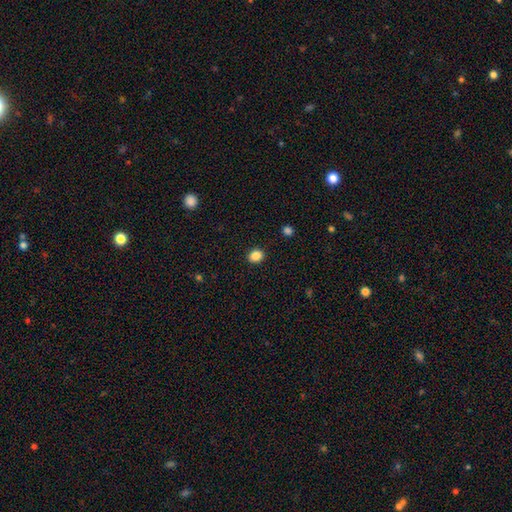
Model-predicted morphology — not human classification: A smooth galaxy with no disk features (86%) that is round (62%). Merging: none (91%).